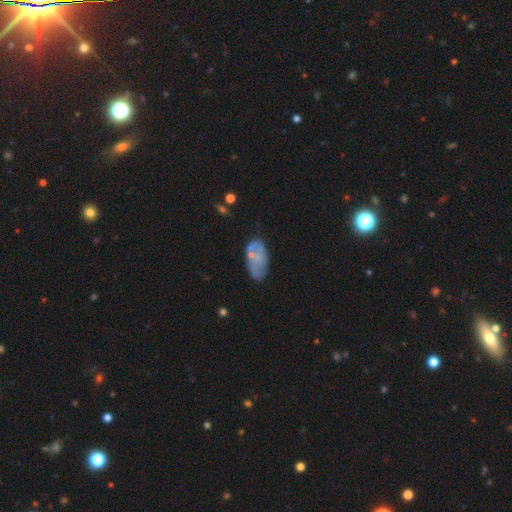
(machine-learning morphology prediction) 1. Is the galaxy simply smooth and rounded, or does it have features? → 49% featured or disk, 39% smooth, 12% star or artifact.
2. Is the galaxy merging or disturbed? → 66% none, 21% minor disturbance, 8% major disturbance, 5% merger.